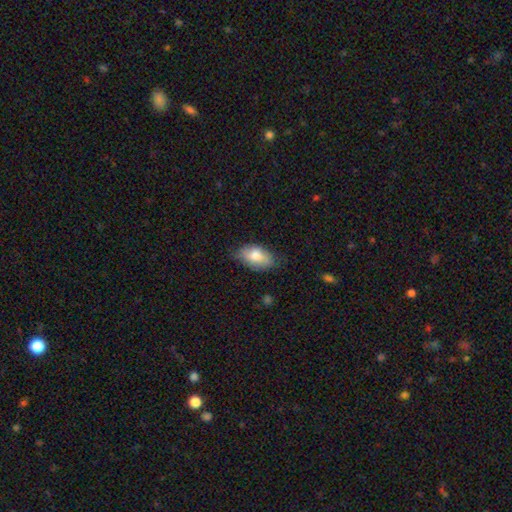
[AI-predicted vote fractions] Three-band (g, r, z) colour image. It shows a smooth galaxy with no disk features (77%) that is in between round and cigar-shaped (92%). Merging: none (68%).